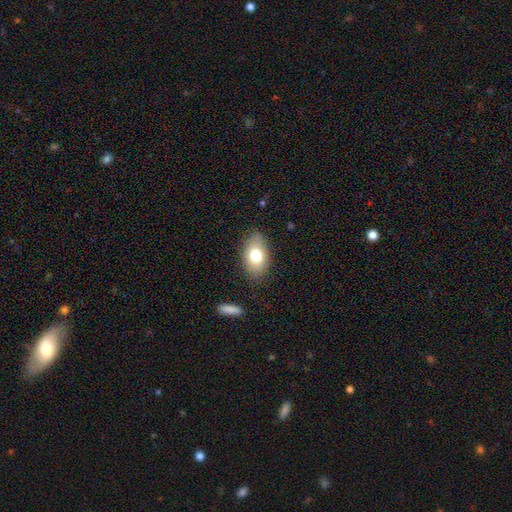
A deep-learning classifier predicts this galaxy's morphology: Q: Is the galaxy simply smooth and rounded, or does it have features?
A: smooth — 75%.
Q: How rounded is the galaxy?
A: in between — 88%.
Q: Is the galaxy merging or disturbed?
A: none — 82%.